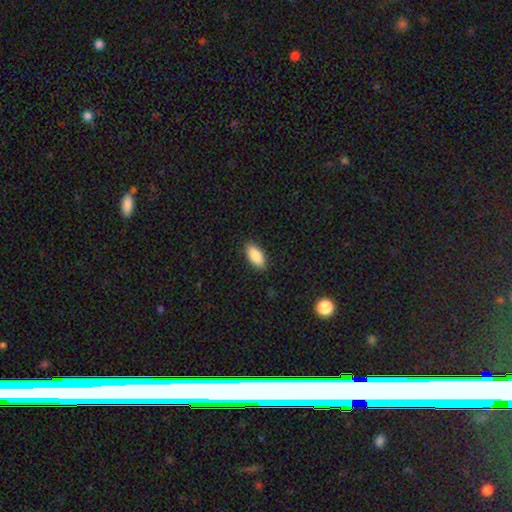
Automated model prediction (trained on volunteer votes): This is clearly a smooth galaxy (85%). How rounded: clearly in between (89%). Merging: clearly none (88%).